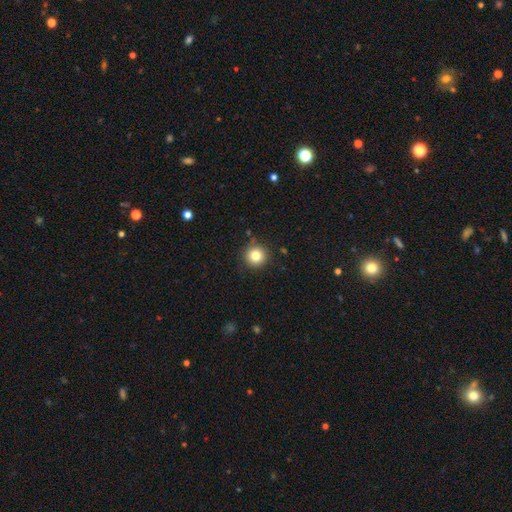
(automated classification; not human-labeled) Q: Smooth or featured?
A: smooth (82%); runner-up: star or artifact (11%)
Q: How rounded?
A: round (95%); runner-up: in between (4%)
Q: Merging?
A: none (86%); runner-up: minor disturbance (9%)